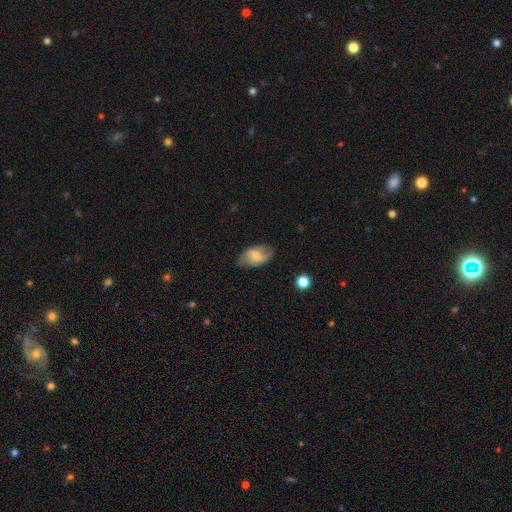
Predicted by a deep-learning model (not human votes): Overall: featured or disk (51%; smooth 41%). Edge-on disk: no (94%). Merging: none (74%).